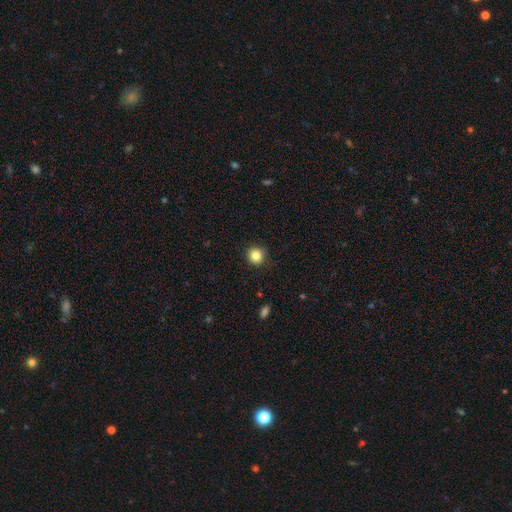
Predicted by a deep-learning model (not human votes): A smooth galaxy with no disk features (84%) that is round (93%). Merging: none (90%).